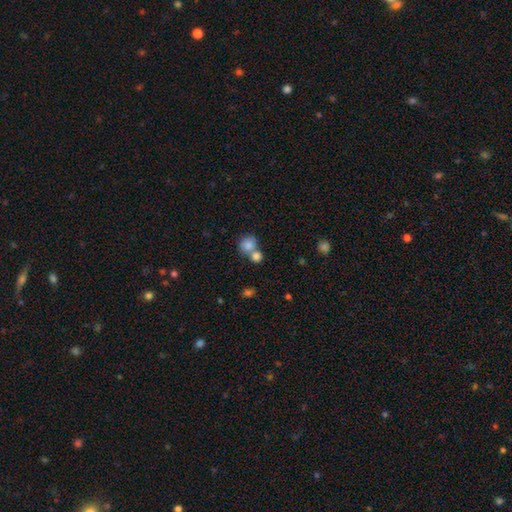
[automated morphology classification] The model was most divided on "merging": merger: 50%, none: 38%, minor disturbance: 8%, major disturbance: 3%. More confident: smooth or featured — smooth (81%); how rounded — round (80%).